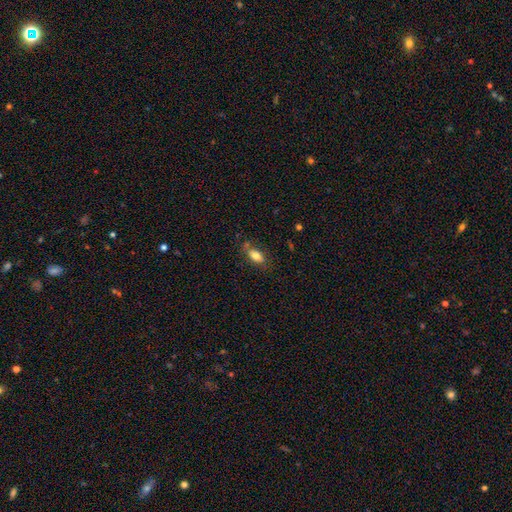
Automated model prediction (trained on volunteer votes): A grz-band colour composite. It shows a smooth galaxy with no disk features (79%) that is in between round and cigar-shaped (87%). Merging: none (70%).